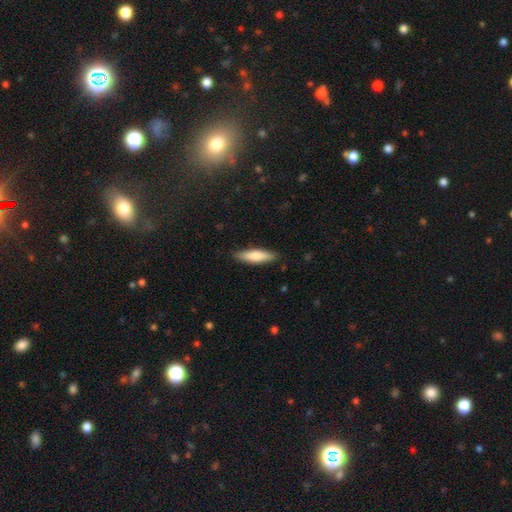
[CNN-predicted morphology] Smooth or featured? smooth (72%)
How rounded? cigar-shaped (67%)
Merging? none (88%)